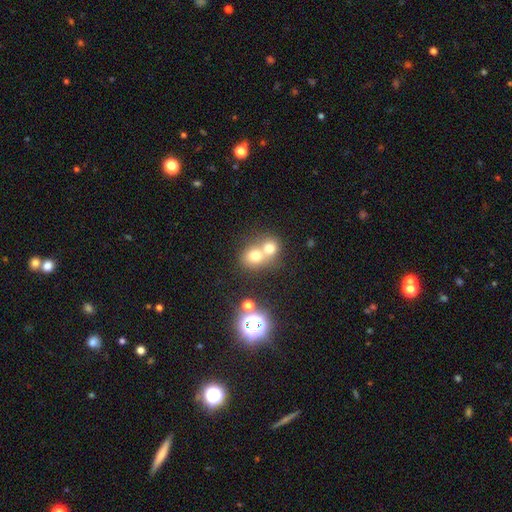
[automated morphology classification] smooth 68%, star or artifact 17%, featured or disk 15%. Down the decision tree: how rounded — round (75%); merging — merger (59%).